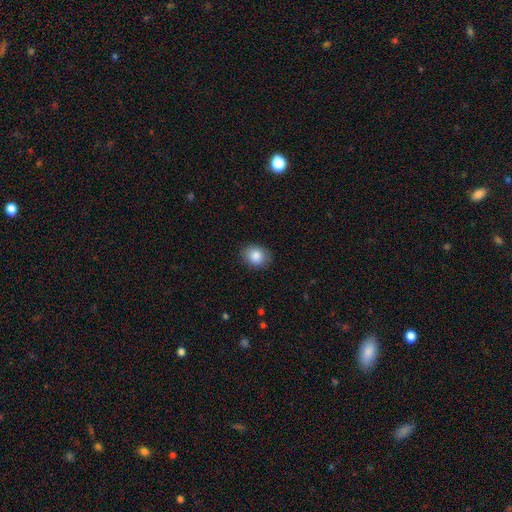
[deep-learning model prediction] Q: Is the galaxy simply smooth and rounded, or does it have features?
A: smooth — 86%.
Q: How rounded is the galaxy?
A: round — 54%.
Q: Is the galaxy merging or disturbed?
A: none — 85%.